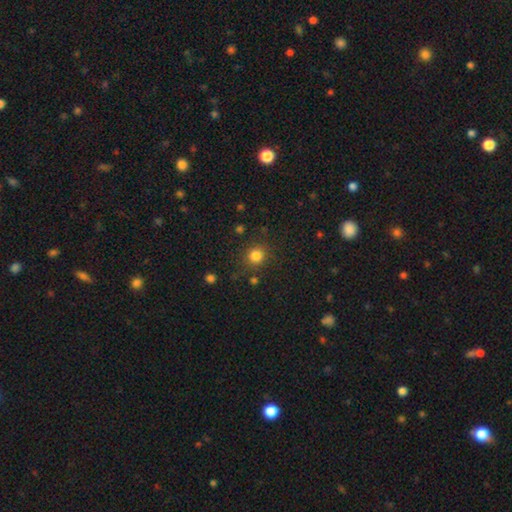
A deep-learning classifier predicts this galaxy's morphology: Smooth or featured? smooth (82%)
How rounded? round (88%)
Merging? none (83%)